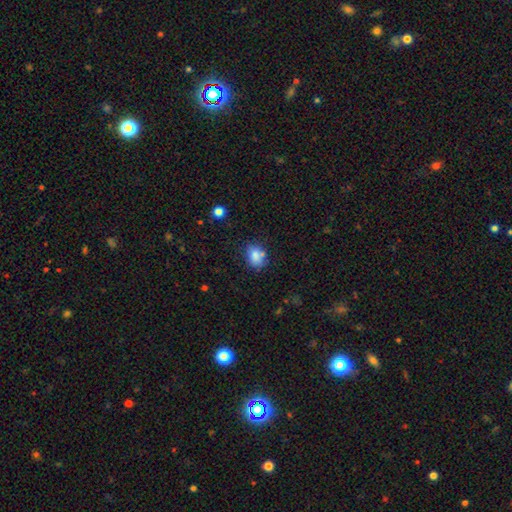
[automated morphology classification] type=smooth (80%); roundness=in between (66%); merging=none (65%).